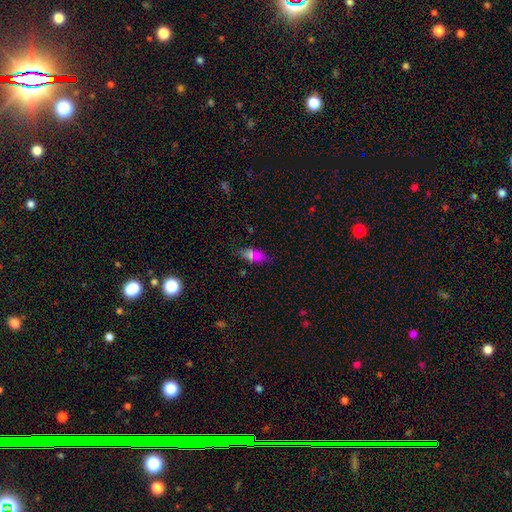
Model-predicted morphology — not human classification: A smooth galaxy with no disk features (70%) that is in between round and cigar-shaped (80%).

Vote fractions:
- Smooth or featured? smooth: 70% / star or artifact: 19% / featured or disk: 11%
- How rounded? in between: 80% / cigar-shaped: 16% / round: 5%
- Merging? none: 81% / minor disturbance: 13% / major disturbance: 3% / merger: 2%